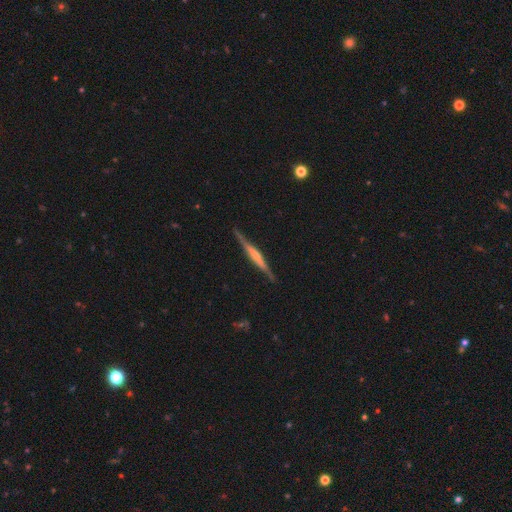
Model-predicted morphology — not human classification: Q: Smooth or featured?
A: featured or disk (72%); runner-up: smooth (22%)
Q: Edge-on disk?
A: yes (97%); runner-up: no (3%)
Q: Edge-on bulge?
A: rounded (48%); runner-up: none (27%)
Q: Merging?
A: none (86%); runner-up: minor disturbance (11%)